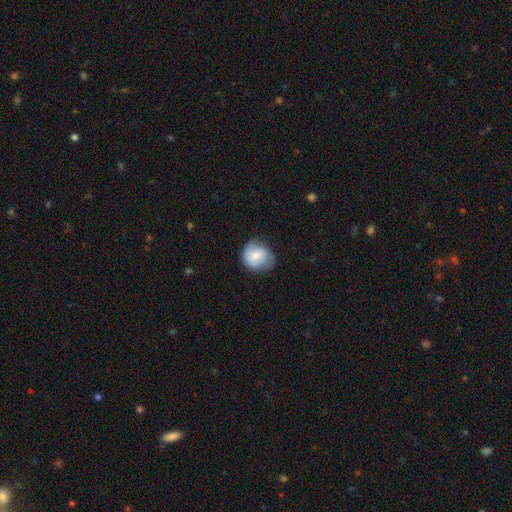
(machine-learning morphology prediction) Q: Smooth or featured?
A: smooth (73%); runner-up: featured or disk (20%)
Q: How rounded?
A: round (79%); runner-up: in between (20%)
Q: Merging?
A: none (61%); runner-up: minor disturbance (30%)